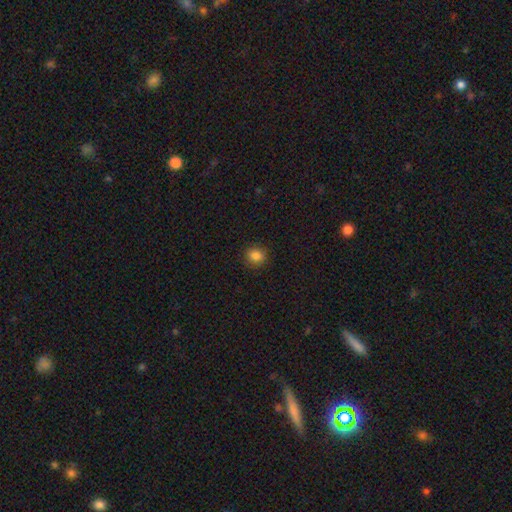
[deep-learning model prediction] Smooth or featured? Predicted: smooth (p=0.84). How rounded? Predicted: round (p=0.79). Merging? Predicted: none (p=0.90).